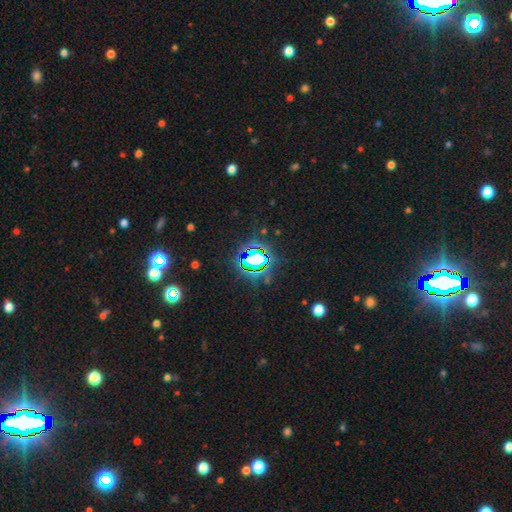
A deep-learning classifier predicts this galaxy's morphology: A star or artifact, not a galaxy (75%).